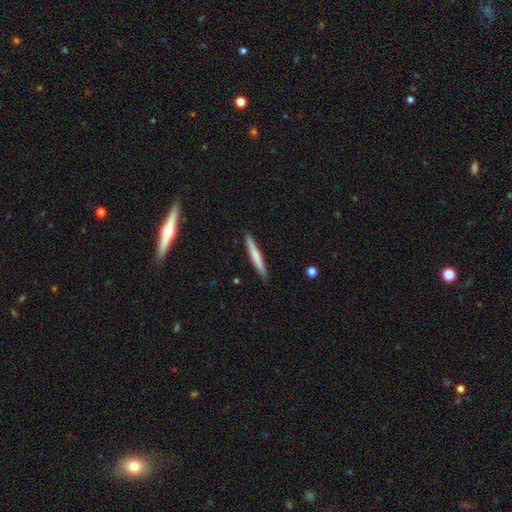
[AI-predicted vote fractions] The model was most divided on "smooth or featured": smooth: 66%, featured or disk: 29%, star or artifact: 5%. More confident: how rounded — cigar-shaped (96%); merging — none (91%).